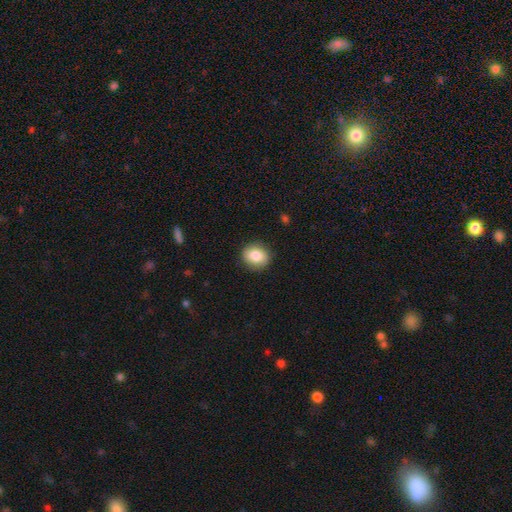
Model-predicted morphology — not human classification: Smooth or featured: smooth — 83% (featured or disk — 9%)
How rounded: round — 64% (in between — 35%)
Merging: none — 87% (minor disturbance — 9%)